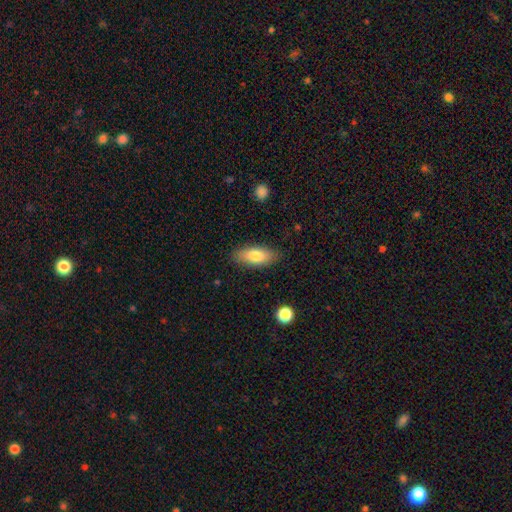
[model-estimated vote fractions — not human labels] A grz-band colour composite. It shows a smooth galaxy with no disk features (80%) that is in between round and cigar-shaped (79%). Merging: none (86%).